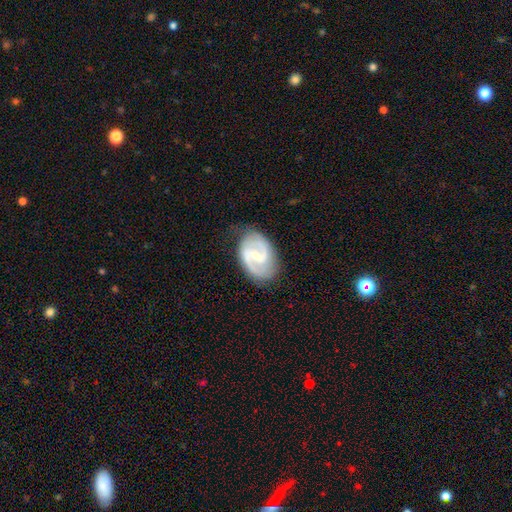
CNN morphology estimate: Smooth or featured: featured or disk — 86% (smooth — 10%)
Edge-on disk: no — 98% (yes — 2%)
Bar: weak — 55% (strong — 31%)
Spiral arms: yes — 96% (no — 4%)
Spiral winding: medium — 55% (tight — 26%)
Spiral arm count: 2 — 90% (can't tell — 4%)
Bulge size: small — 61% (moderate — 28%)
Merging: none — 76% (minor disturbance — 18%)